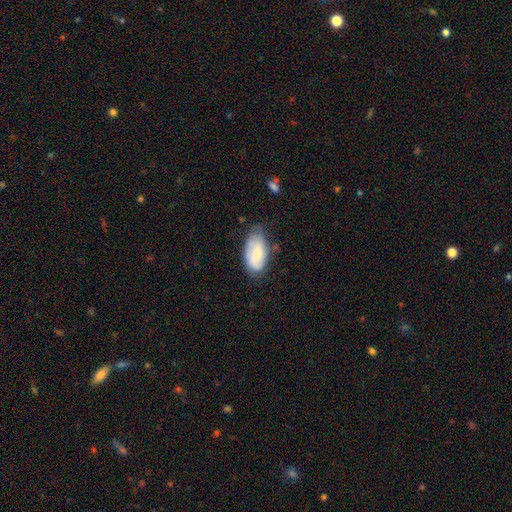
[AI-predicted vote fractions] smooth_or_featured: smooth (p=0.73) [alt: featured or disk p=0.20]
how_rounded: in between (p=0.94) [alt: round p=0.03]
merging: none (p=0.46) [alt: minor disturbance p=0.40]